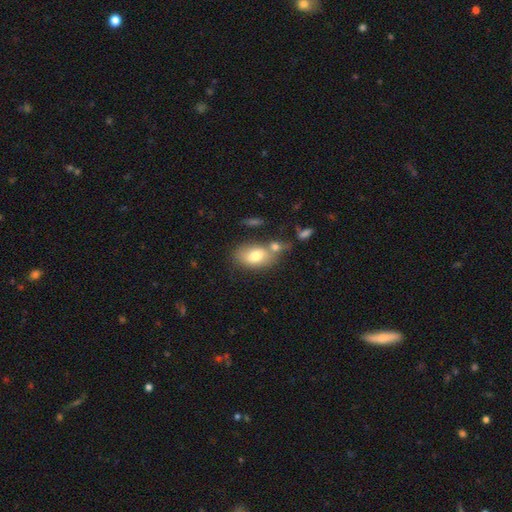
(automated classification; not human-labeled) Smooth or featured: smooth — 75% (featured or disk — 17%)
How rounded: in between — 88% (round — 10%)
Merging: none — 47% (merger — 30%)